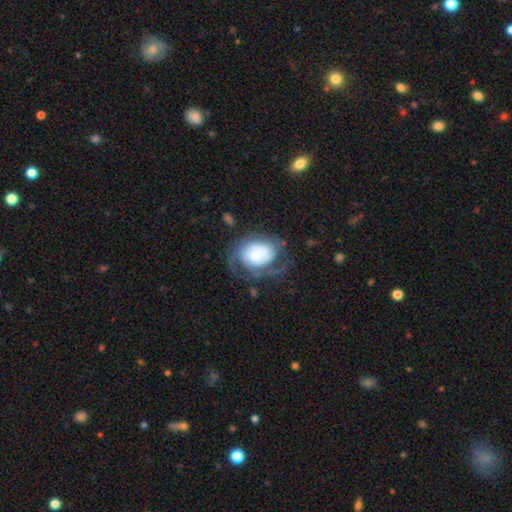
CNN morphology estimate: smooth-or-featured: featured or disk: 67% | smooth: 26% | star or artifact: 7%
  disk-edge-on: no: 97% | yes: 3%
    bar: no: 73% | weak: 22% | strong: 5%
    has-spiral-arms: yes: 84% | no: 16%
      spiral-winding: tight: 42% | medium: 38% | loose: 20%
      spiral-arm-count: 2: 42% | can't tell: 28% | 1: 13% | 3: 11% | 4: 4% | more than 4: 3%
    bulge-size: small: 39% | moderate: 32% | large: 19% | dominant: 5% | none: 4%
  merging: none: 49% | major disturbance: 26% | minor disturbance: 22% | merger: 2%